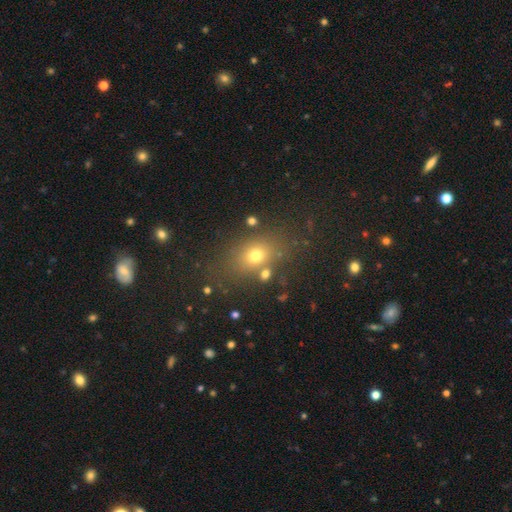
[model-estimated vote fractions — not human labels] Smooth or featured: smooth — 68% (star or artifact — 19%)
How rounded: in between — 61% (round — 37%)
Merging: none — 76% (minor disturbance — 12%)